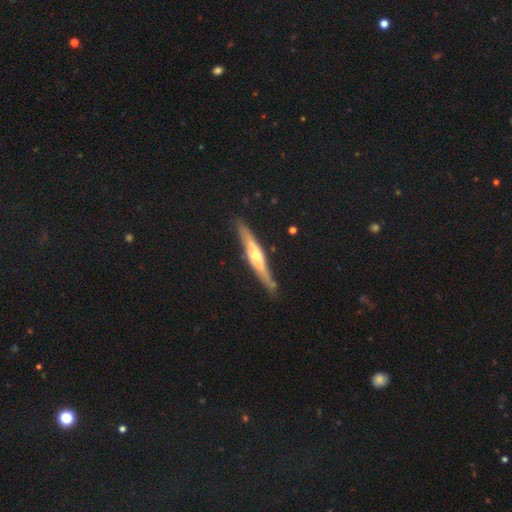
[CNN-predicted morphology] Smooth or featured?
  - featured or disk: 74% *
  - smooth: 20%
  - star or artifact: 5%
Edge-on disk?
  - yes: 93% *
  - no: 7%
Edge-on bulge?
  - rounded: 85% *
  - none: 8%
  - boxy: 7%
Merging?
  - none: 82% *
  - minor disturbance: 13%
  - merger: 3%
  - major disturbance: 3%